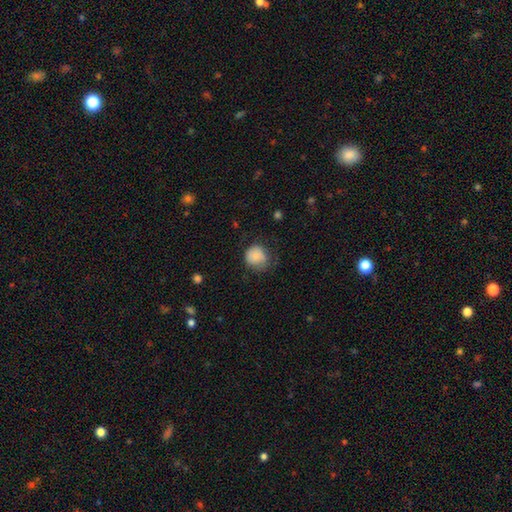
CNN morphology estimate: type=smooth (83%); roundness=round (81%); merging=none (55%).